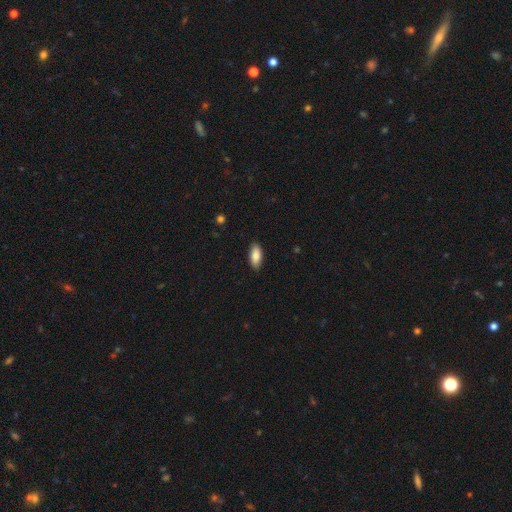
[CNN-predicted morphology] Smooth or featured: smooth — 86% (featured or disk — 8%)
How rounded: in between — 85% (cigar-shaped — 13%)
Merging: none — 88% (minor disturbance — 9%)